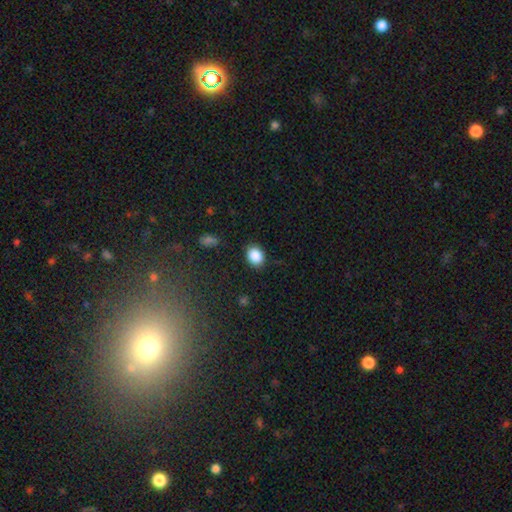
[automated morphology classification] smooth_or_featured: smooth (p=0.87) [alt: star or artifact p=0.09]
how_rounded: in between (p=0.54) [alt: round p=0.45]
merging: none (p=0.86) [alt: minor disturbance p=0.10]